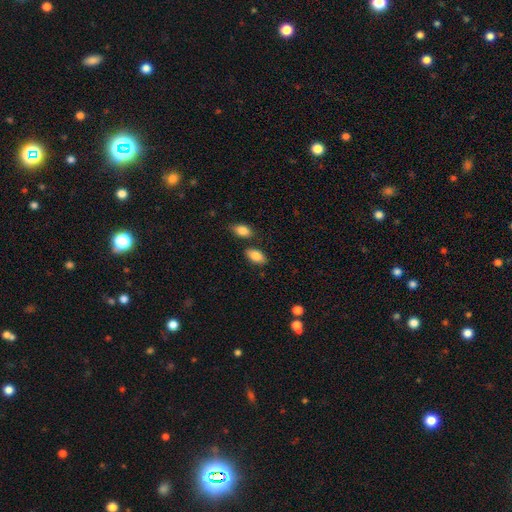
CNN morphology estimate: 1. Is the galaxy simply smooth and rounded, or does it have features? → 86% smooth, 7% featured or disk, 7% star or artifact.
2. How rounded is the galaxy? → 93% in between, 4% round, 3% cigar-shaped.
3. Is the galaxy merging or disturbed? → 78% none, 11% minor disturbance, 8% merger, 3% major disturbance.